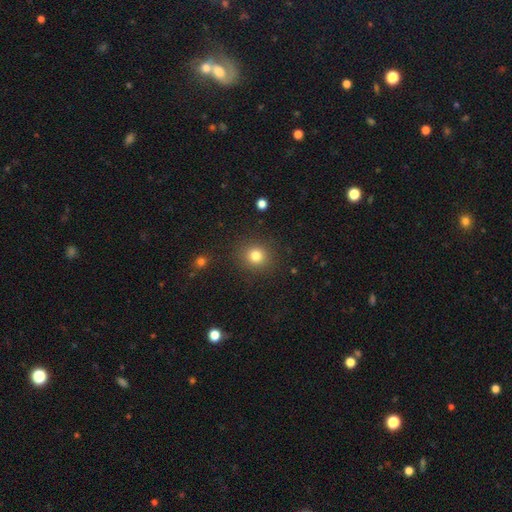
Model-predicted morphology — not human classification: This appears to be a smooth galaxy with no disk features (81%) that is round (87%). Merging: none (89%).